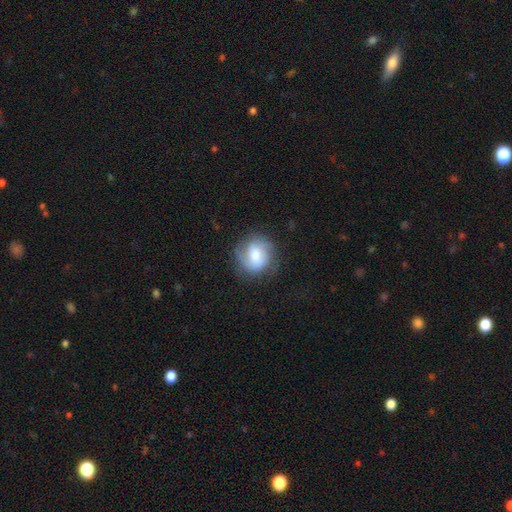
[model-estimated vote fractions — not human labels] smooth_or_featured: smooth (p=0.50) [alt: featured or disk p=0.42]
merging: none (p=0.68) [alt: minor disturbance p=0.20]